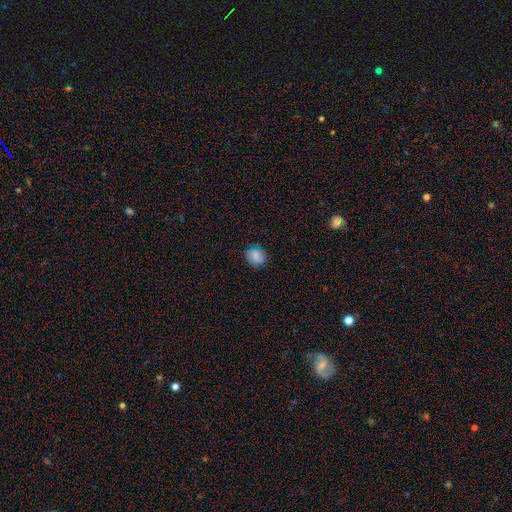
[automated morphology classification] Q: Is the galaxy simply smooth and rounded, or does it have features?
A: smooth — 76%.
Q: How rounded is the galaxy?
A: round — 59%.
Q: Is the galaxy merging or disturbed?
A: none — 80%.